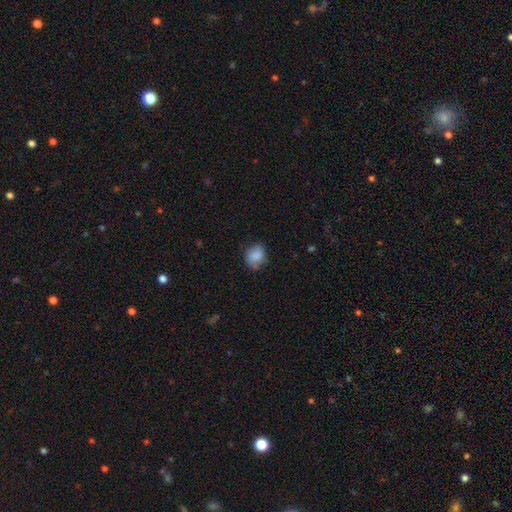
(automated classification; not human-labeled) This appears to be a smooth galaxy with no disk features (81%) that is in between round and cigar-shaped (50%). Merging: none (63%).